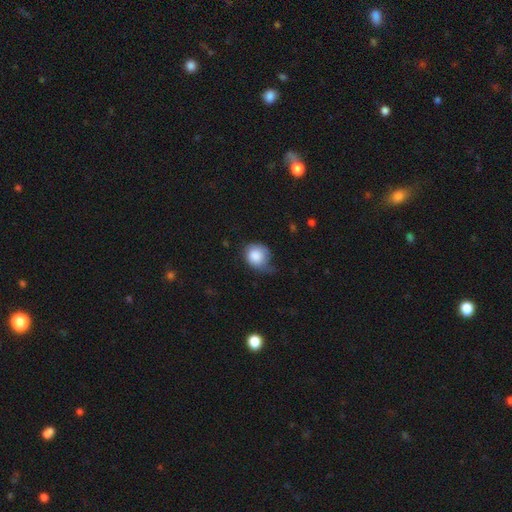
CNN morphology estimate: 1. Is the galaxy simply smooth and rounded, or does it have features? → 82% smooth, 11% featured or disk, 7% star or artifact.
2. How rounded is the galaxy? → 76% round, 23% in between, 1% cigar-shaped.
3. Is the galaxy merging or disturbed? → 44% minor disturbance, 32% none, 21% major disturbance, 2% merger.